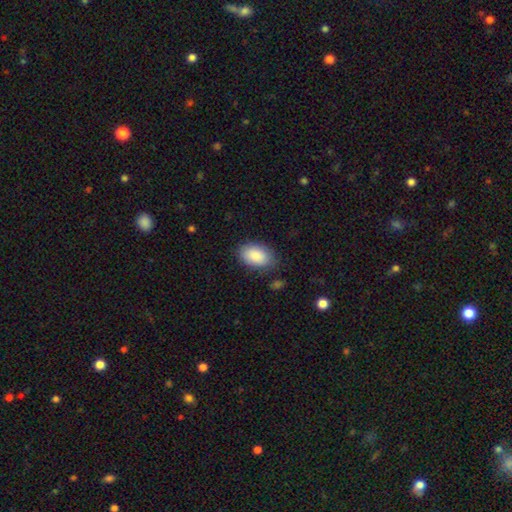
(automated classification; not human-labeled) The model was most divided on "merging": none: 80%, minor disturbance: 14%, major disturbance: 4%, merger: 2%. More confident: how rounded — in between (93%); smooth or featured — smooth (88%).